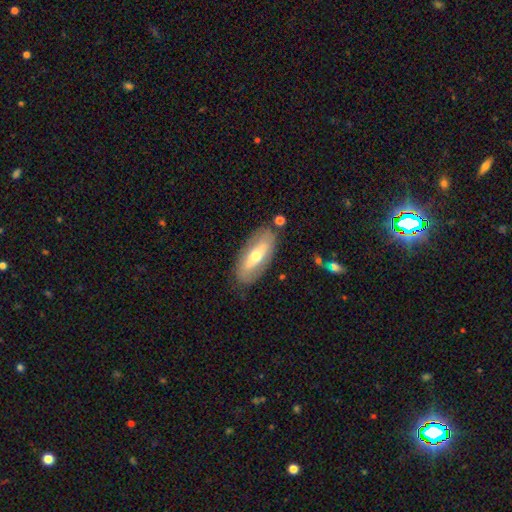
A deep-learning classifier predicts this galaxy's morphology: smooth_or_featured: featured or disk (p=0.52) [alt: smooth p=0.42]
disk_edge_on: no (p=0.70) [alt: yes p=0.30]
merging: none (p=0.82) [alt: minor disturbance p=0.12]